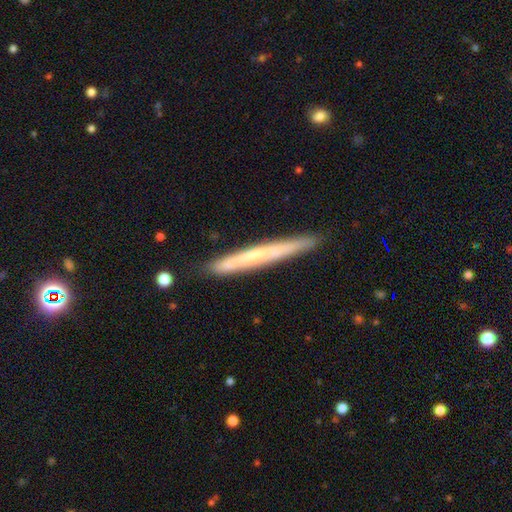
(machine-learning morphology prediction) Overall: smooth (48%; featured or disk 46%). Merging: none (87%).